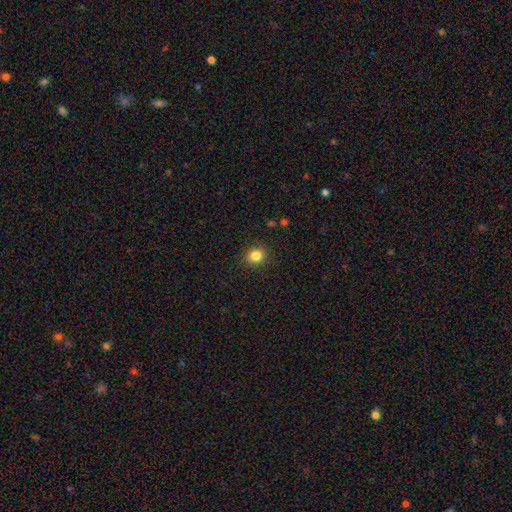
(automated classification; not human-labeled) Morphology: type=smooth (83%); roundness=round (82%); merging=none (90%).